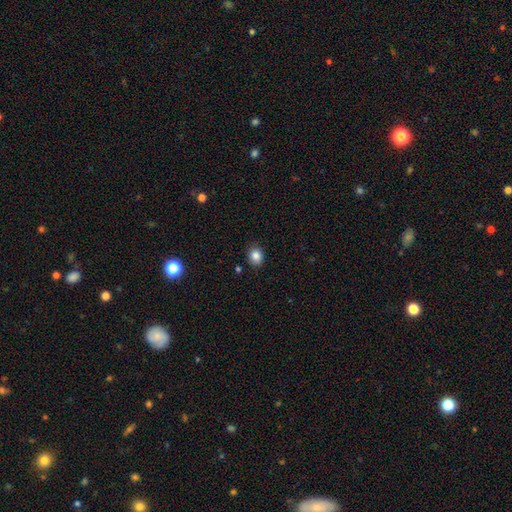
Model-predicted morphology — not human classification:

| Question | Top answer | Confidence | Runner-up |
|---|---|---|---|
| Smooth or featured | smooth | 84% | star or artifact (10%) |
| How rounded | round | 55% | in between (44%) |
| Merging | none | 86% | minor disturbance (10%) |